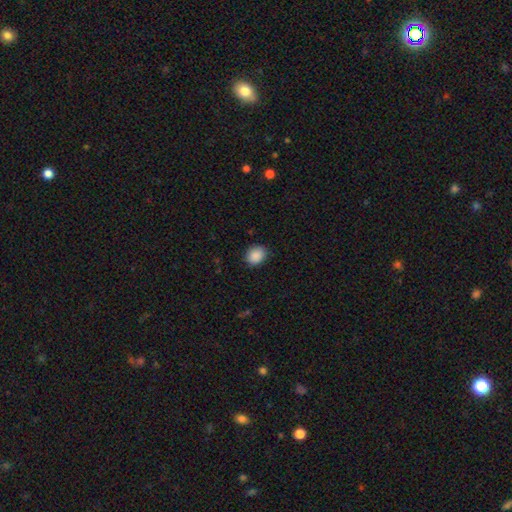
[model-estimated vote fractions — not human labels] smooth 89%, star or artifact 8%, featured or disk 3%. Down the decision tree: how rounded — round (54%); merging — none (87%).